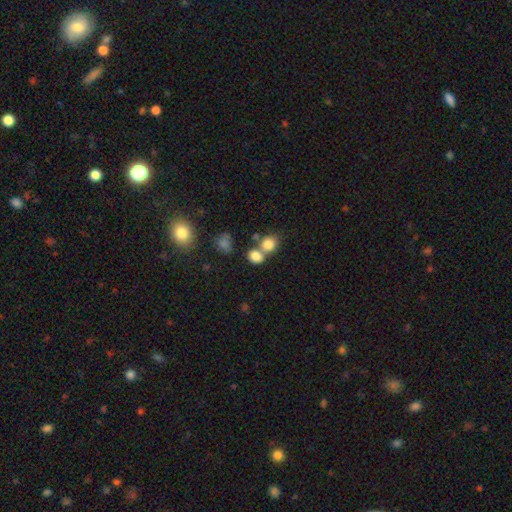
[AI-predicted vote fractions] Smooth or featured? smooth (80%)
How rounded? round (61%)
Merging? merger (44%)